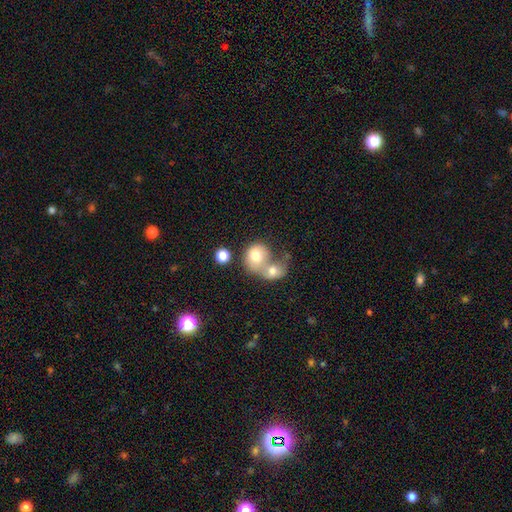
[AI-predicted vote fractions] This is likely a smooth galaxy (73%). How rounded: likely round (69%). Merging: likely merger (70%).